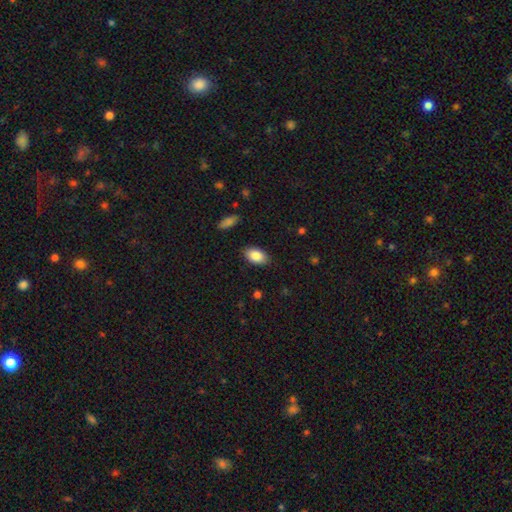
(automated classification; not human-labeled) smooth_or_featured: smooth (p=0.87) [alt: star or artifact p=0.07]
how_rounded: in between (p=0.93) [alt: round p=0.05]
merging: none (p=0.87) [alt: minor disturbance p=0.10]